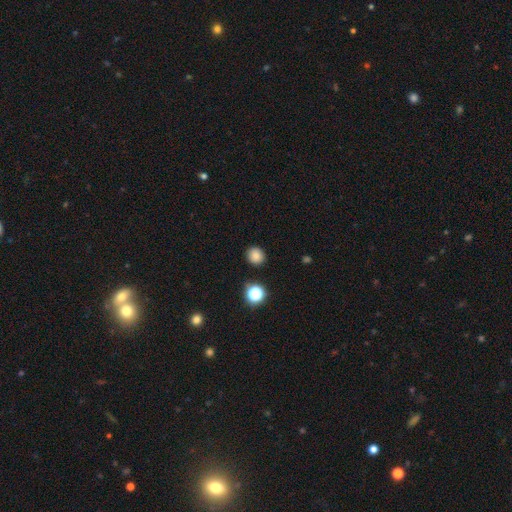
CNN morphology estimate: This is clearly a smooth galaxy (83%). How rounded: clearly round (89%). Merging: clearly none (90%).